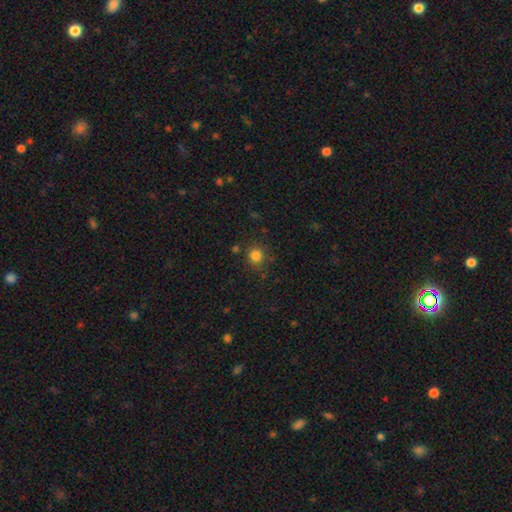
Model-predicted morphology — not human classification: This appears to be a smooth galaxy with no disk features (81%) that is round (91%). Merging: none (82%).